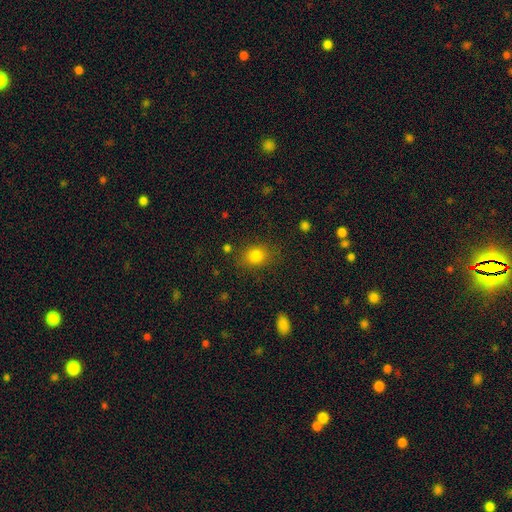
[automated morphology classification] Overall: smooth (81%). How rounded: round (53%; in between 46%). Merging: none (80%).